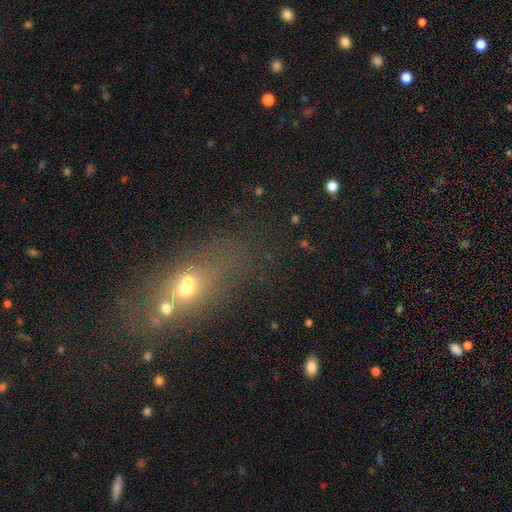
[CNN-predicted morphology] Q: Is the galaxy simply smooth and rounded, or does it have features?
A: smooth — 45%.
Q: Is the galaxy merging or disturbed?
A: none — 52%.